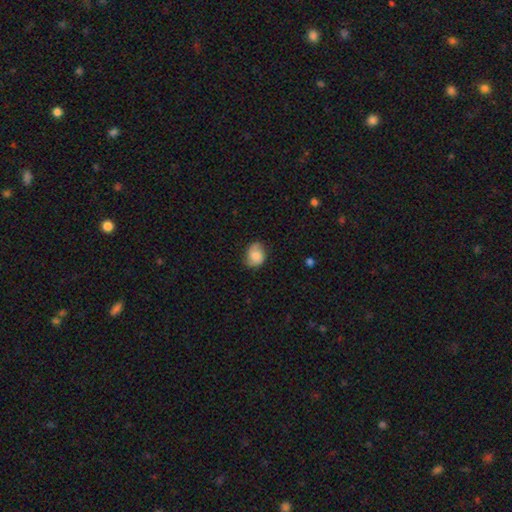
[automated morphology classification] smooth-or-featured: smooth: 53% | featured or disk: 38% | star or artifact: 9%
  how-rounded: round: 53% | in between: 46% | cigar-shaped: 1%
  merging: none: 69% | minor disturbance: 23% | major disturbance: 6% | merger: 1%